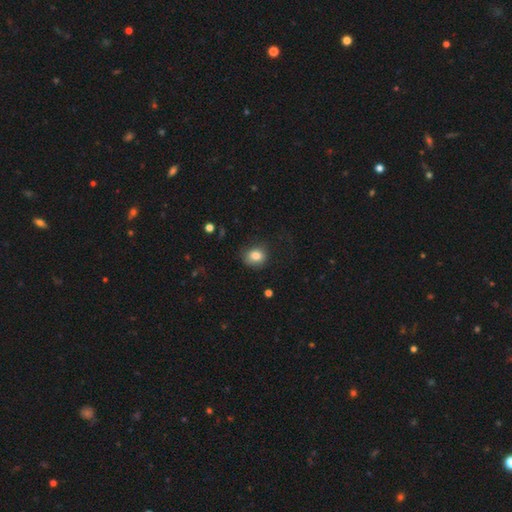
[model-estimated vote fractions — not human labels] Overall: smooth (82%). How rounded: round (64%; in between 35%). Merging: none (72%).